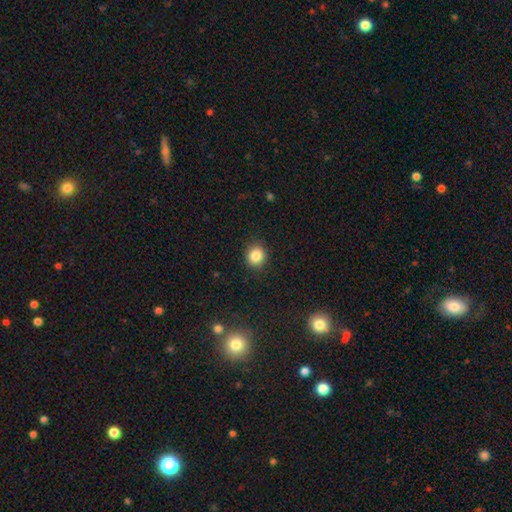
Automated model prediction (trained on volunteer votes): The model was most divided on "how rounded": round: 82%, in between: 17%, cigar-shaped: 1%. More confident: merging — none (89%); smooth or featured — smooth (84%).